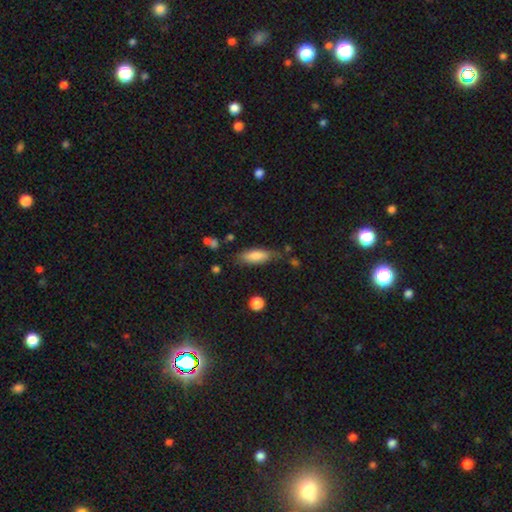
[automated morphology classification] The model was most divided on "how rounded": in between: 59%, cigar-shaped: 39%, round: 2%. More confident: smooth or featured — smooth (76%); merging — none (69%).